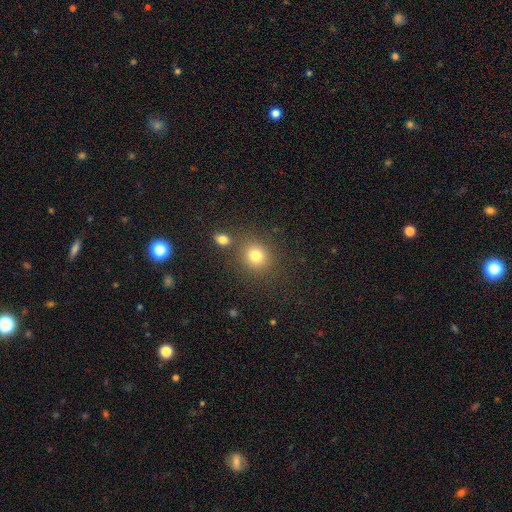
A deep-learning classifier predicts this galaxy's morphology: Overall: smooth (79%). How rounded: round (83%). Merging: none (77%).